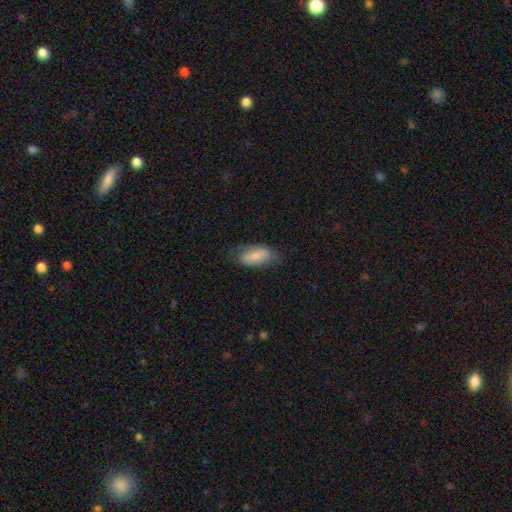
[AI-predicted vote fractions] Smooth or featured: smooth — 76% (featured or disk — 17%)
How rounded: in between — 87% (cigar-shaped — 10%)
Merging: none — 67% (minor disturbance — 24%)